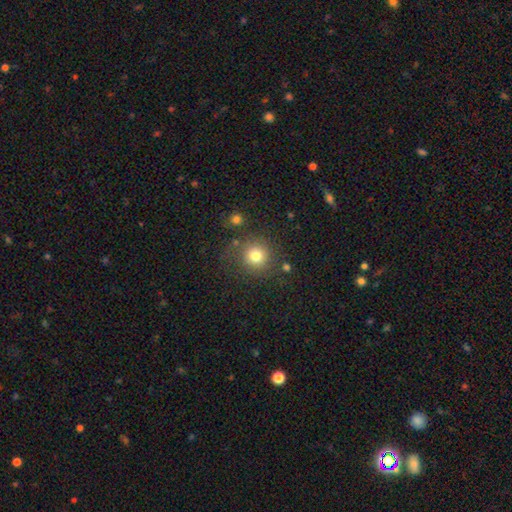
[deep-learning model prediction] smooth-or-featured: smooth: 79% | star or artifact: 13% | featured or disk: 8%
  how-rounded: round: 92% | in between: 7% | cigar-shaped: 1%
  merging: none: 80% | minor disturbance: 10% | major disturbance: 5% | merger: 5%